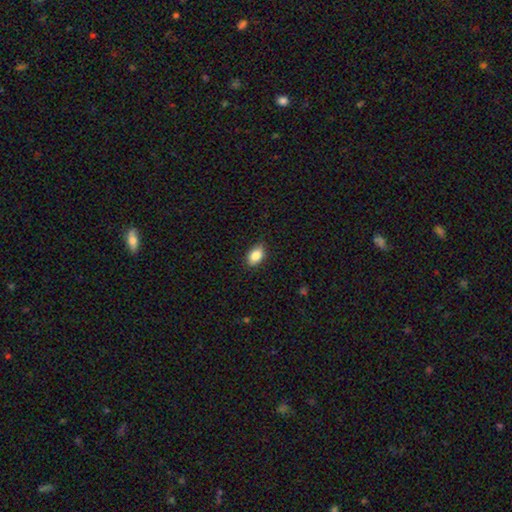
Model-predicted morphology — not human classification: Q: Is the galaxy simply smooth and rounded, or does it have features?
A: smooth — 86%.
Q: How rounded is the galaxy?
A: in between — 87%.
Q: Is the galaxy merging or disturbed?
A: none — 84%.